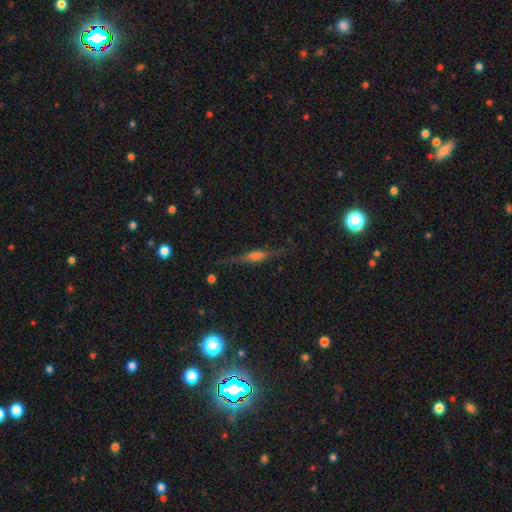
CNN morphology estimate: This is likely a featured or disk galaxy (67%). It is clearly viewed edge-on (96%). Edge-on bulge: likely rounded (73%). Merging: clearly none (81%).